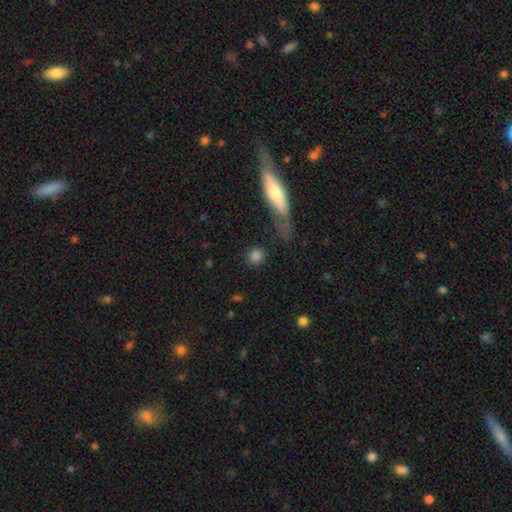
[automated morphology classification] Overall: smooth (82%). How rounded: round (82%). Merging: none (82%).